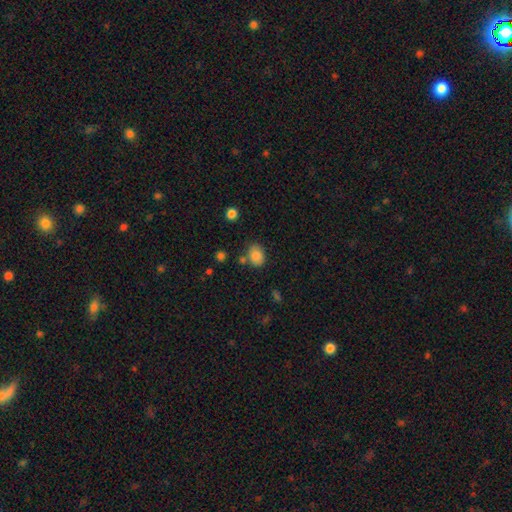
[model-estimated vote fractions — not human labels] Overall: smooth (84%). How rounded: in between (60%; round 39%). Merging: none (70%).